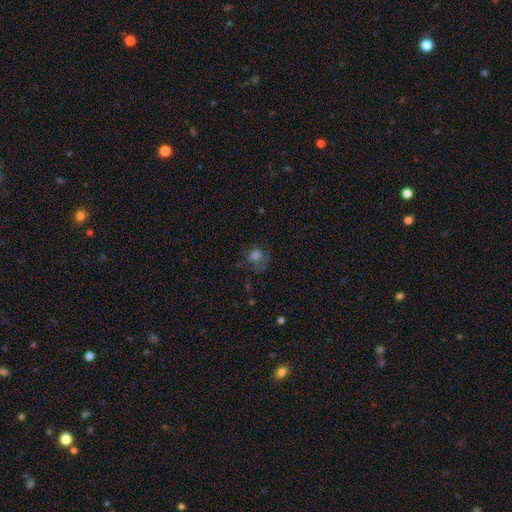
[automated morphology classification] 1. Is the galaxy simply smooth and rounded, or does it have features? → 66% smooth, 18% featured or disk, 16% star or artifact.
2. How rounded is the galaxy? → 74% round, 25% in between, 1% cigar-shaped.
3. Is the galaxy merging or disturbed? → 47% none, 27% major disturbance, 23% minor disturbance, 3% merger.